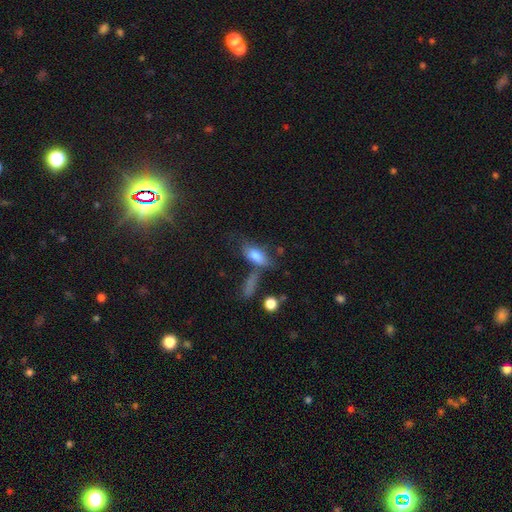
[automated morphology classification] This is likely a smooth galaxy (77%). How rounded: clearly in between (82%). Merging: possibly none (45%).